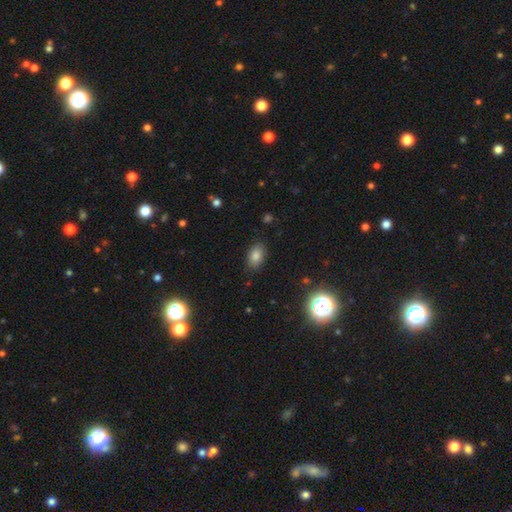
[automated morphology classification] smooth-or-featured: smooth: 80% | star or artifact: 13% | featured or disk: 8%
  how-rounded: in between: 85% | round: 13% | cigar-shaped: 1%
  merging: none: 85% | minor disturbance: 11% | major disturbance: 3% | merger: 1%